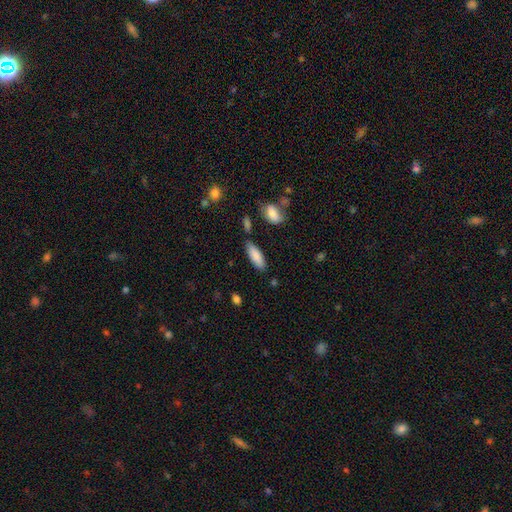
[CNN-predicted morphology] Smooth or featured?
  - smooth: 86% *
  - featured or disk: 8%
  - star or artifact: 6%
How rounded?
  - in between: 59% *
  - cigar-shaped: 39%
  - round: 2%
Merging?
  - none: 80% *
  - minor disturbance: 12%
  - merger: 4%
  - major disturbance: 3%